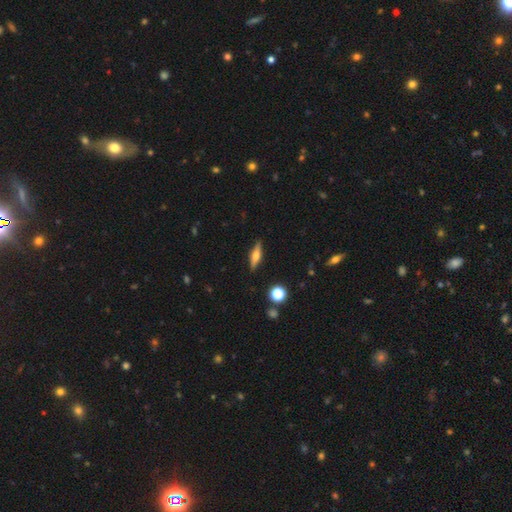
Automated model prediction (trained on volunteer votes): A featured or disk galaxy (49%).

Vote fractions:
- Smooth or featured? featured or disk: 49% / smooth: 43% / star or artifact: 8%
- Merging? none: 88% / minor disturbance: 8% / major disturbance: 2% / merger: 1%